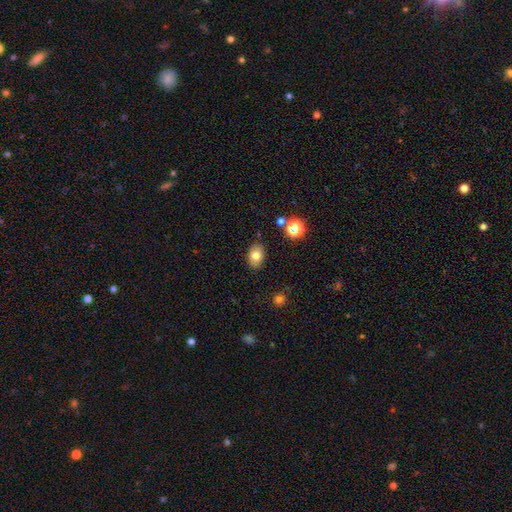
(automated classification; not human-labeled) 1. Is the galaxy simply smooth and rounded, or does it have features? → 78% smooth, 12% featured or disk, 11% star or artifact.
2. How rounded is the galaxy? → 79% in between, 20% round, 1% cigar-shaped.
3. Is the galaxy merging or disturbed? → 86% none, 10% minor disturbance, 2% major disturbance, 2% merger.